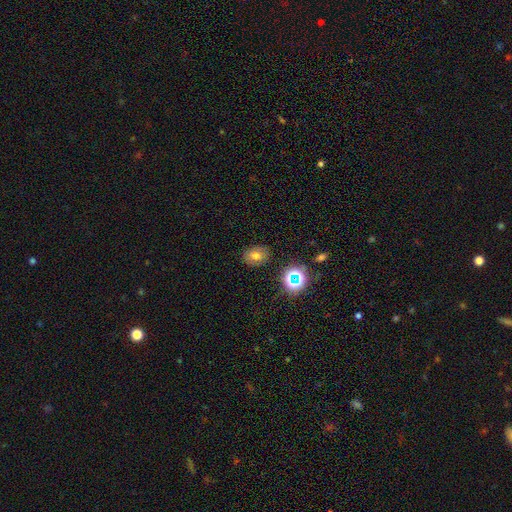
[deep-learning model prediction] smooth_or_featured: smooth (p=0.62) [alt: star or artifact p=0.20]
how_rounded: in between (p=0.56) [alt: round p=0.42]
merging: none (p=0.82) [alt: minor disturbance p=0.12]